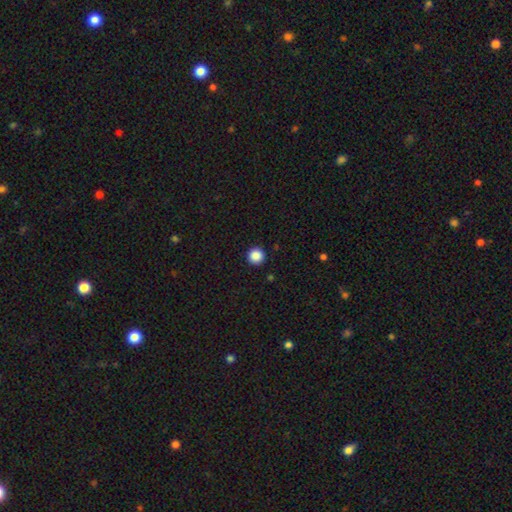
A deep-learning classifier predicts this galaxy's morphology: type=smooth (88%); roundness=round (96%); merging=none (93%).